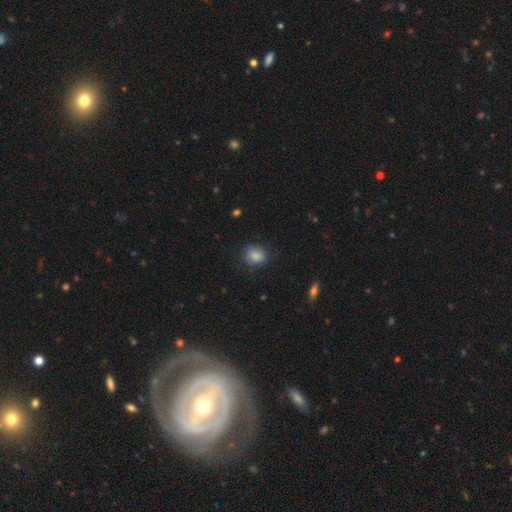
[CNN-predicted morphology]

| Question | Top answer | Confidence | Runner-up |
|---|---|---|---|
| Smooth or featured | smooth | 85% | star or artifact (9%) |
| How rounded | round | 64% | in between (35%) |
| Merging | none | 75% | minor disturbance (19%) |